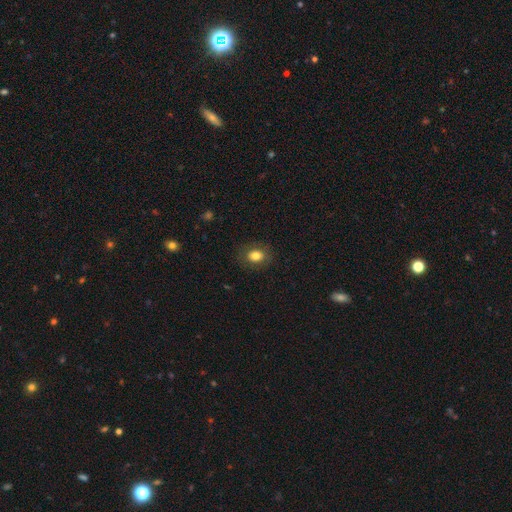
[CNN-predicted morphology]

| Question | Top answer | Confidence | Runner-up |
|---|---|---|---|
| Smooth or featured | smooth | 80% | featured or disk (10%) |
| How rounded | in between | 58% | round (41%) |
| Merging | none | 84% | minor disturbance (11%) |